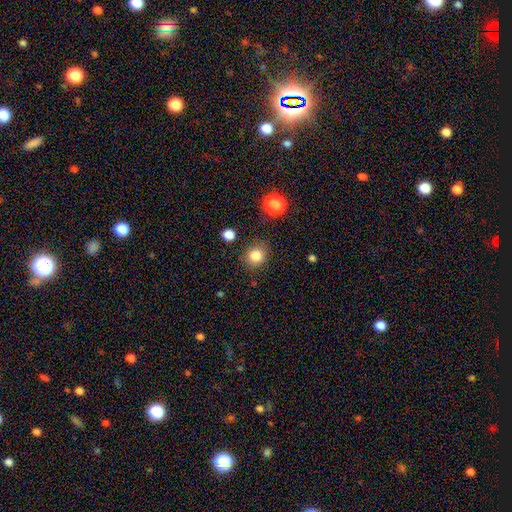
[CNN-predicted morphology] This appears to be a smooth galaxy with no disk features (84%) that is round (80%). Merging: none (83%).